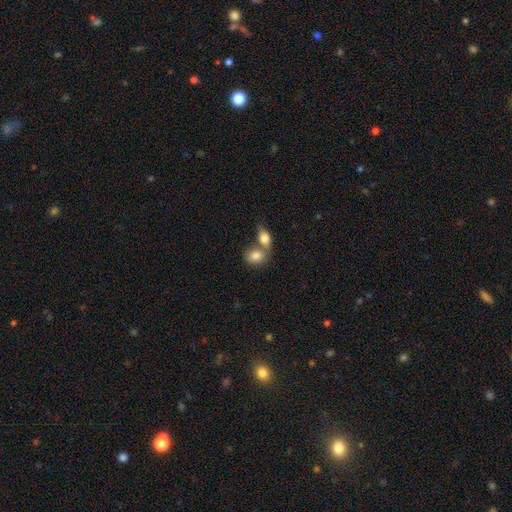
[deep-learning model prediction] The model was most divided on "how rounded": in between: 61%, round: 37%, cigar-shaped: 2%. More confident: smooth or featured — smooth (82%); merging — merger (59%).